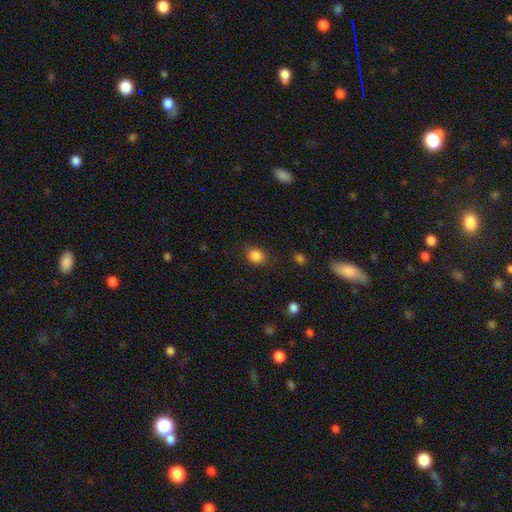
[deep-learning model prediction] A smooth galaxy with no disk features (86%) that is round (50%).

Vote fractions:
- Smooth or featured? smooth: 86% / star or artifact: 10% / featured or disk: 4%
- How rounded? round: 50% / in between: 49% / cigar-shaped: 1%
- Merging? none: 79% / minor disturbance: 15% / major disturbance: 4% / merger: 1%